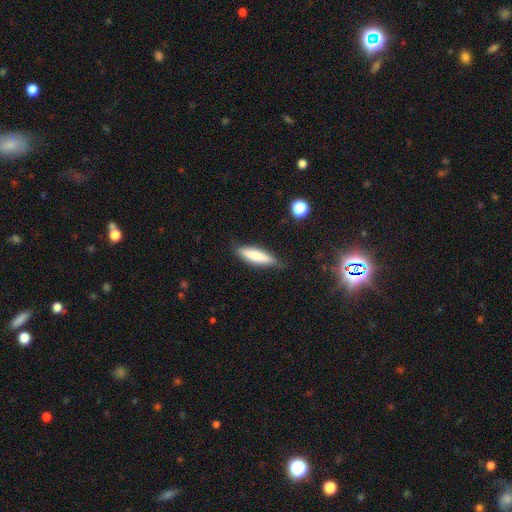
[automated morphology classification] This appears to be a smooth galaxy with no disk features (76%) that is cigar-shaped (64%). Merging: none (75%).